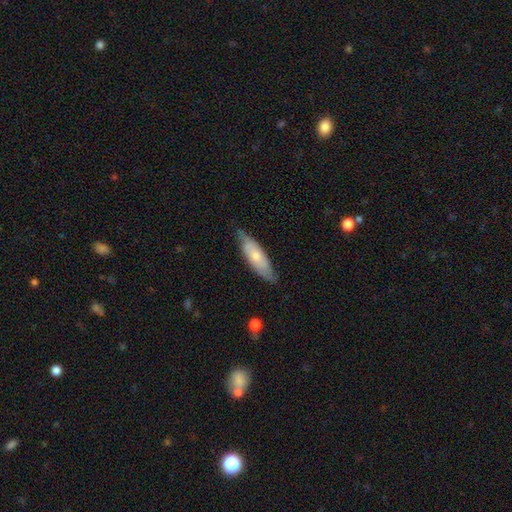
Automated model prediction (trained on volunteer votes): A smooth galaxy with no disk features (52%) that is in between round and cigar-shaped (53%).

Vote fractions:
- Smooth or featured? smooth: 52% / featured or disk: 42% / star or artifact: 5%
- How rounded? in between: 53% / cigar-shaped: 45% / round: 2%
- Merging? none: 73% / minor disturbance: 22% / major disturbance: 4% / merger: 1%